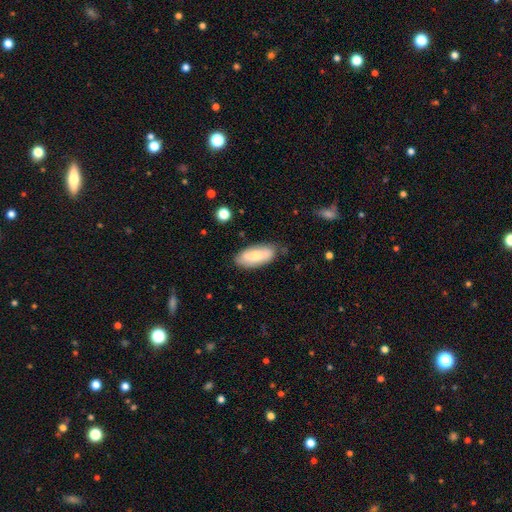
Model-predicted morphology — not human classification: Overall: smooth (66%; featured or disk 28%). How rounded: in between (87%). Merging: none (76%).